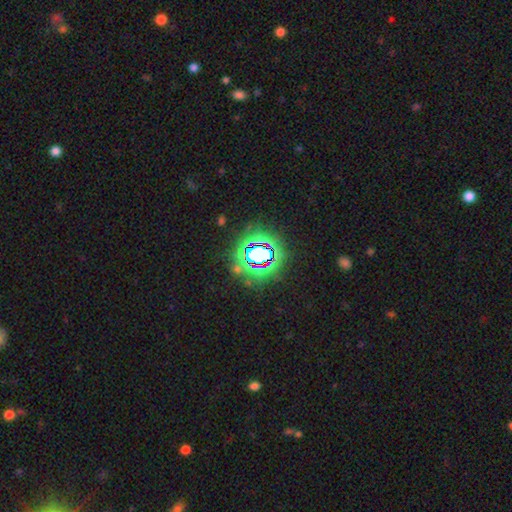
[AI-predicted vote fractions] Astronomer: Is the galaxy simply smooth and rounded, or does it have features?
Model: star or artifact — 72%.